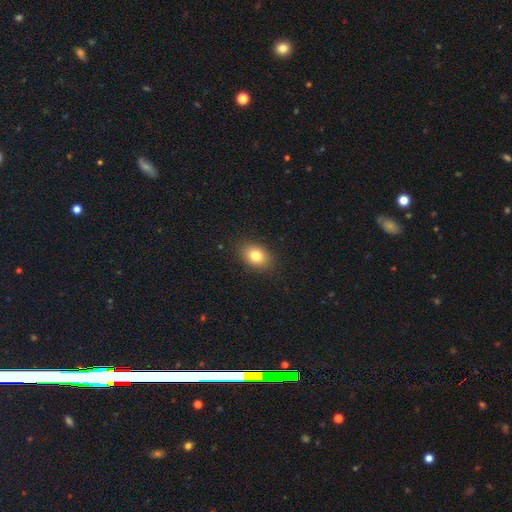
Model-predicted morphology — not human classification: smooth_or_featured: smooth (p=0.80) [alt: star or artifact p=0.10]
how_rounded: in between (p=0.75) [alt: round p=0.24]
merging: none (p=0.88) [alt: minor disturbance p=0.09]